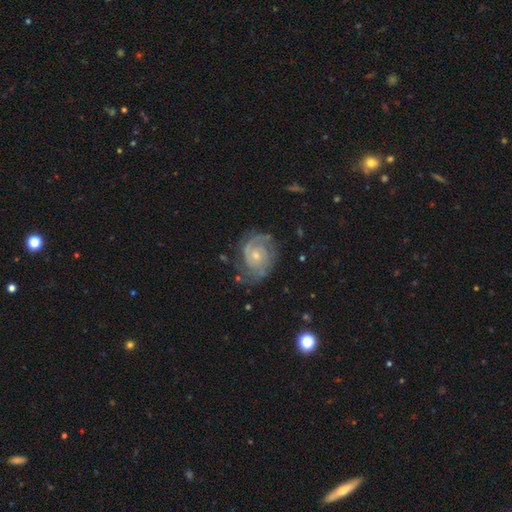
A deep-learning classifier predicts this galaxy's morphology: Q: Smooth or featured?
A: featured or disk (88%); runner-up: smooth (7%)
Q: Edge-on disk?
A: no (98%); runner-up: yes (2%)
Q: Bar?
A: no (68%); runner-up: weak (27%)
Q: Spiral arms?
A: yes (97%); runner-up: no (3%)
Q: Spiral winding?
A: tight (62%); runner-up: medium (31%)
Q: Spiral arm count?
A: 2 (61%); runner-up: can't tell (15%)
Q: Bulge size?
A: small (60%); runner-up: moderate (36%)
Q: Merging?
A: none (70%); runner-up: minor disturbance (20%)